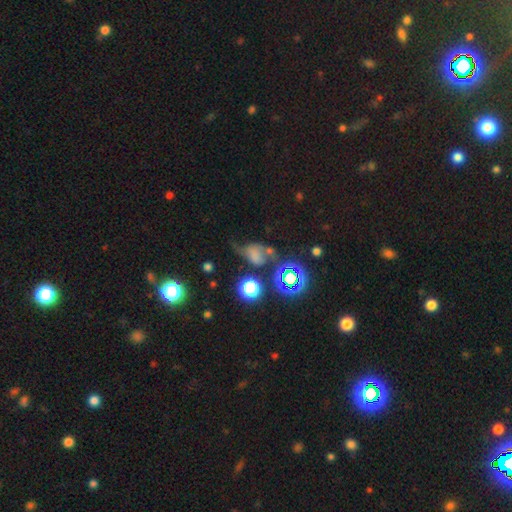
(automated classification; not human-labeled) A smooth galaxy with no disk features (48%). Merging: none (36%).